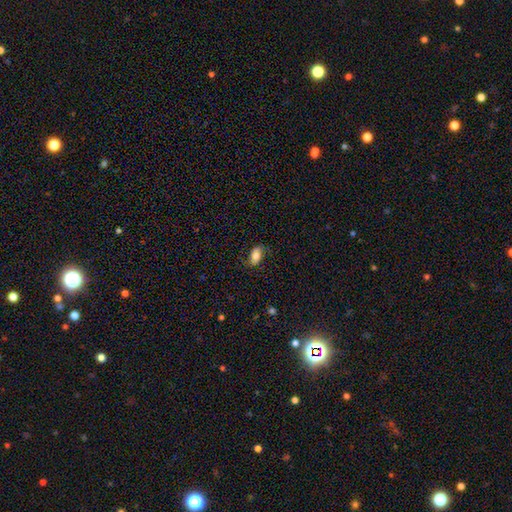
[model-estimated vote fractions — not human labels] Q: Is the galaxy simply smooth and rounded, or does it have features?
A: smooth — 76%.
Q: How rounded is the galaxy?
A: in between — 91%.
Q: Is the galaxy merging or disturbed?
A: none — 78%.